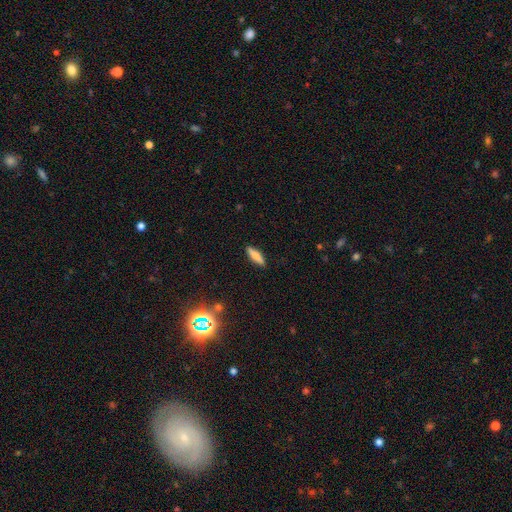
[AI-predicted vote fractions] smooth-or-featured: smooth: 72% | featured or disk: 20% | star or artifact: 8%
  how-rounded: cigar-shaped: 66% | in between: 32% | round: 2%
  merging: none: 89% | minor disturbance: 8% | major disturbance: 2% | merger: 1%